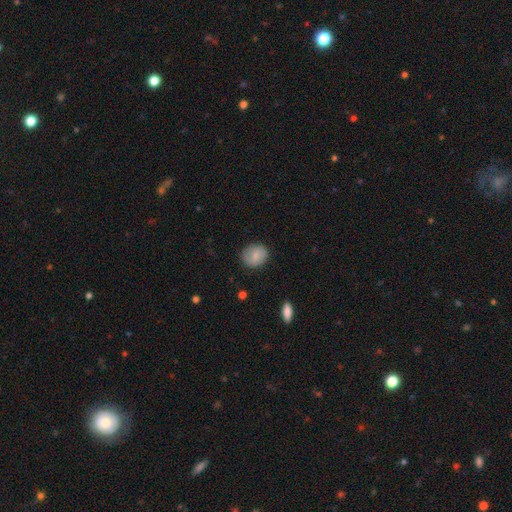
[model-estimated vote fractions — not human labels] smooth-or-featured: smooth: 78% | featured or disk: 15% | star or artifact: 7%
  how-rounded: round: 67% | in between: 32% | cigar-shaped: 1%
  merging: none: 82% | minor disturbance: 13% | major disturbance: 3% | merger: 1%